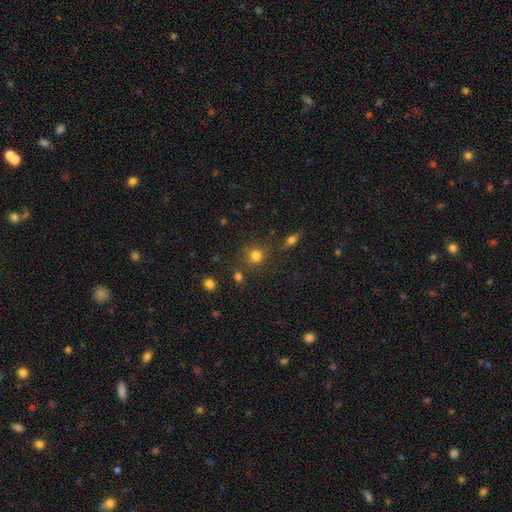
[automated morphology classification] A smooth galaxy with no disk features (79%) that is round (89%). Merging: none (75%).